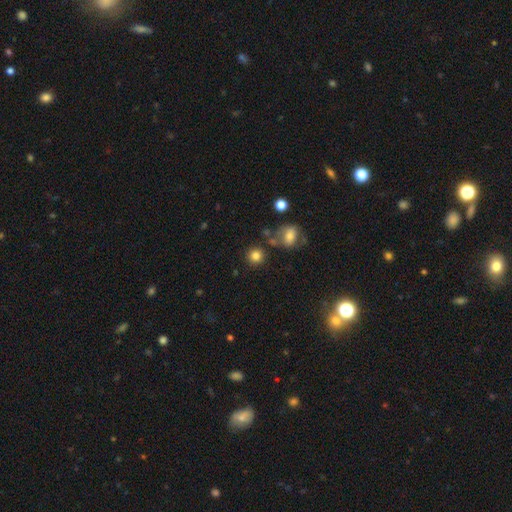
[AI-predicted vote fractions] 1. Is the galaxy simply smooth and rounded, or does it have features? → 82% smooth, 12% star or artifact, 6% featured or disk.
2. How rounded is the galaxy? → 90% round, 9% in between, 1% cigar-shaped.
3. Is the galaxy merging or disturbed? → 79% none, 9% minor disturbance, 8% merger, 4% major disturbance.